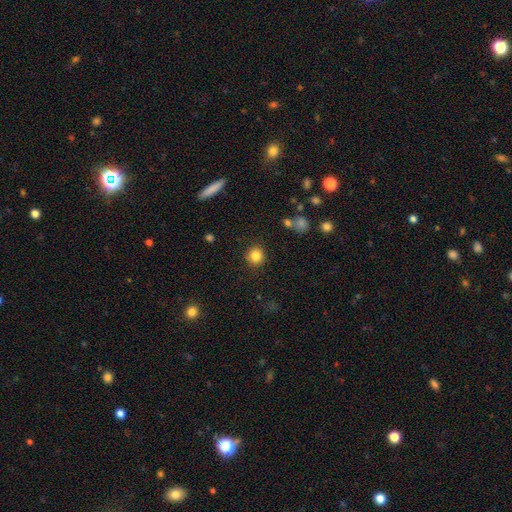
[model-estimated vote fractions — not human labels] smooth-or-featured: smooth: 84% | star or artifact: 11% | featured or disk: 6%
  how-rounded: round: 90% | in between: 9% | cigar-shaped: 1%
  merging: none: 88% | minor disturbance: 8% | major disturbance: 3% | merger: 2%